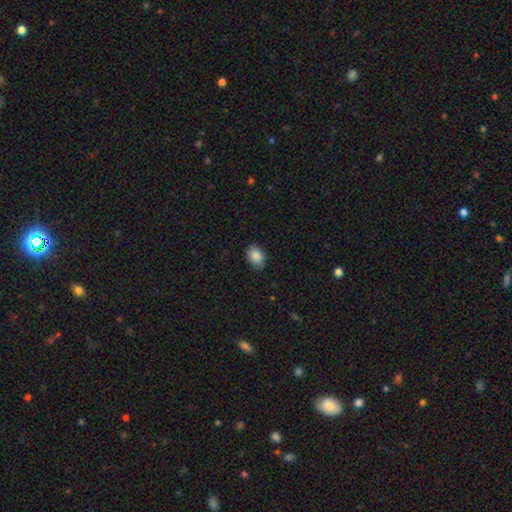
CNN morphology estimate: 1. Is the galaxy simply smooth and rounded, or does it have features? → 86% smooth, 8% star or artifact, 6% featured or disk.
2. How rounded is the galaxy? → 72% in between, 27% round, 1% cigar-shaped.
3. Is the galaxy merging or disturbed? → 86% none, 11% minor disturbance, 2% major disturbance, 1% merger.